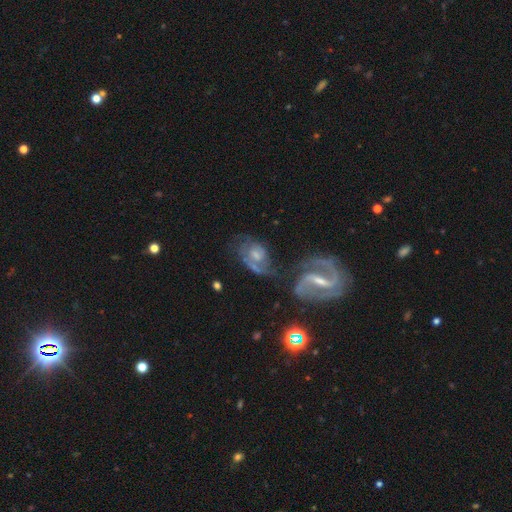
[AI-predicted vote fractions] The model was most divided on "bulge size": moderate: 39%, small: 36%, none: 17%, large: 7%, dominant: 2%. Remaining: edge-on disk — no (96%); spiral arms — yes (77%); smooth or featured — featured or disk (68%); bar — no (54%); spiral arm count — 2 (51%); spiral winding — medium (43%); merging — none (31%).